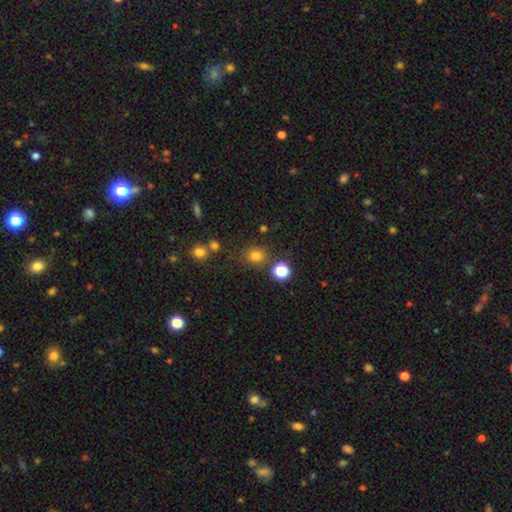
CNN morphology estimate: This is likely a smooth galaxy (77%). How rounded: likely round (79%). Merging: likely none (78%).